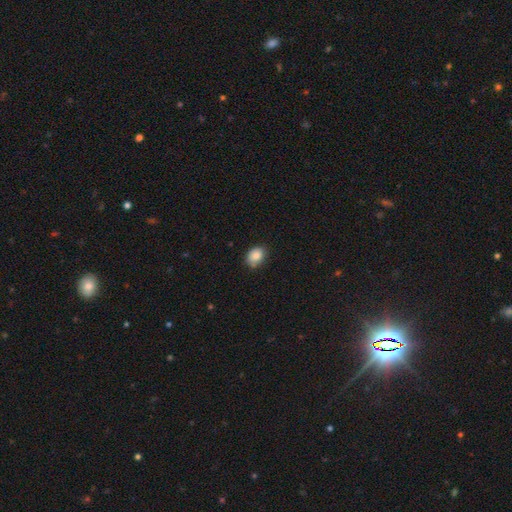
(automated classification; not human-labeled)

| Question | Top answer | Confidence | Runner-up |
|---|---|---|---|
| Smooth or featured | smooth | 86% | star or artifact (8%) |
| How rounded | in between | 65% | round (34%) |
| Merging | none | 73% | minor disturbance (22%) |